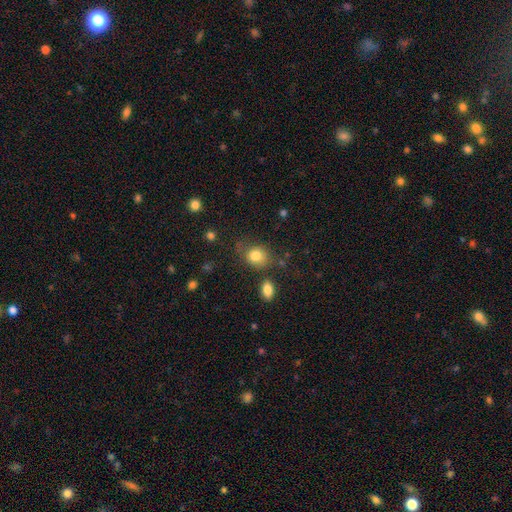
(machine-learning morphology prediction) A smooth galaxy with no disk features (82%) that is round (59%).

Vote fractions:
- Smooth or featured? smooth: 82% / star or artifact: 10% / featured or disk: 8%
- How rounded? round: 59% / in between: 40% / cigar-shaped: 1%
- Merging? none: 65% / minor disturbance: 20% / major disturbance: 8% / merger: 7%